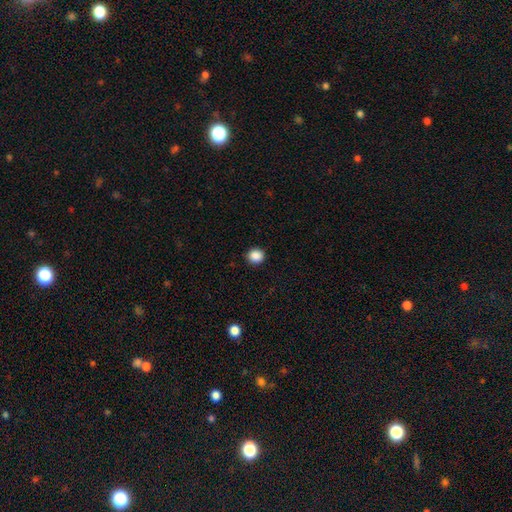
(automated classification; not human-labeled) Smooth or featured? Predicted: smooth (p=0.88). How rounded? Predicted: round (p=0.91). Merging? Predicted: none (p=0.92).